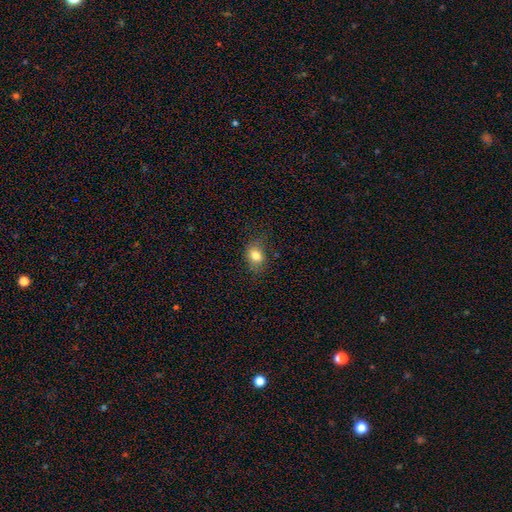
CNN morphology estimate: smooth_or_featured: smooth (p=0.79) [alt: star or artifact p=0.11]
how_rounded: in between (p=0.62) [alt: round p=0.36]
merging: none (p=0.72) [alt: minor disturbance p=0.21]